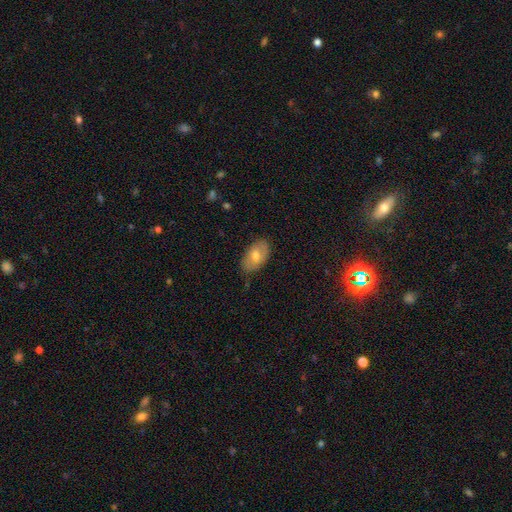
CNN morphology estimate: This appears to be a smooth galaxy with no disk features (63%) that is in between round and cigar-shaped (92%). Merging: none (79%).